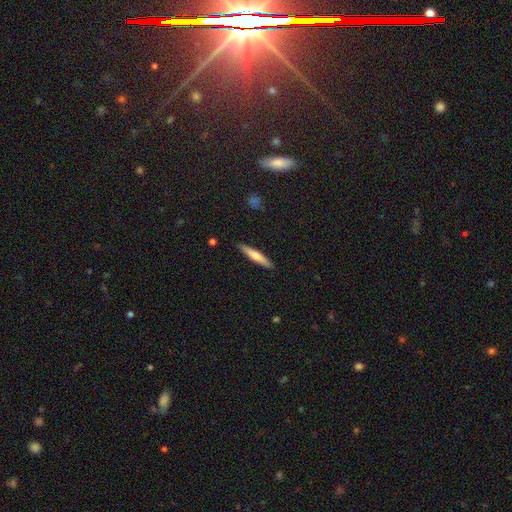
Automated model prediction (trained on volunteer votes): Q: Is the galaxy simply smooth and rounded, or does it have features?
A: smooth — 58%.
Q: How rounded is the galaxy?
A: cigar-shaped — 91%.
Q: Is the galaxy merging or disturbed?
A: none — 90%.